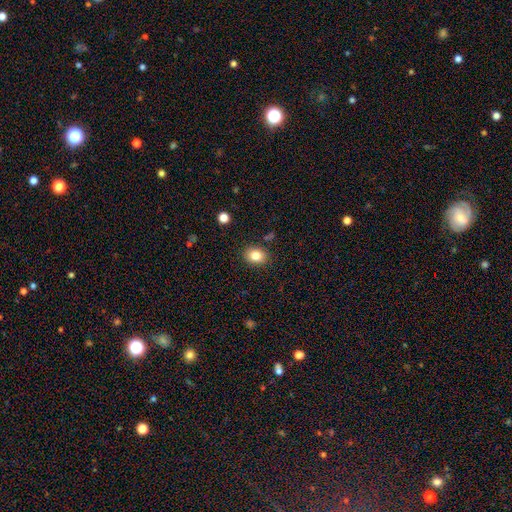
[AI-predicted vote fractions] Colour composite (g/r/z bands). It shows a smooth galaxy with no disk features (83%) that is in between round and cigar-shaped (53%). Merging: none (87%).